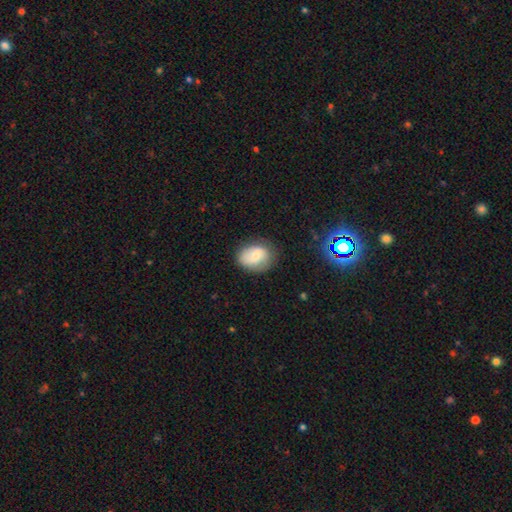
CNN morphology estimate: Smooth or featured: smooth — 59% (featured or disk — 33%)
How rounded: in between — 60% (round — 39%)
Merging: none — 70% (minor disturbance — 22%)